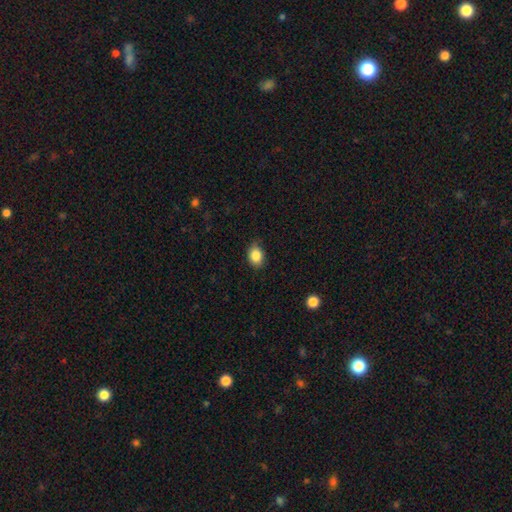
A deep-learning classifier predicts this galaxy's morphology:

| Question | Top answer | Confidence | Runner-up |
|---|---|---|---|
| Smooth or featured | smooth | 85% | star or artifact (9%) |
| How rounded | in between | 62% | round (37%) |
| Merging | none | 80% | minor disturbance (16%) |